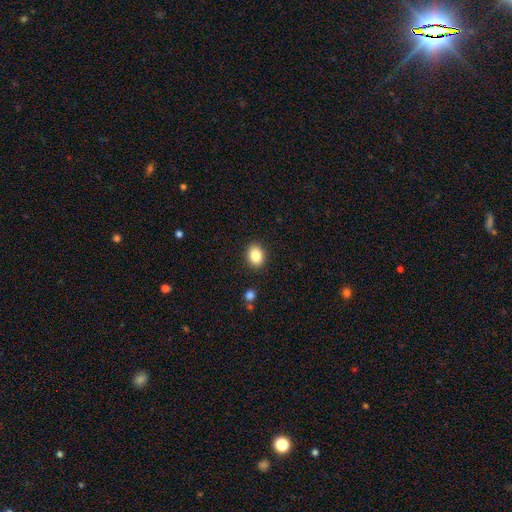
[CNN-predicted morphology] A smooth galaxy with no disk features (85%) that is in between round and cigar-shaped (59%).

Vote fractions:
- Smooth or featured? smooth: 85% / star or artifact: 9% / featured or disk: 6%
- How rounded? in between: 59% / round: 40% / cigar-shaped: 1%
- Merging? none: 90% / minor disturbance: 7% / major disturbance: 2% / merger: 1%